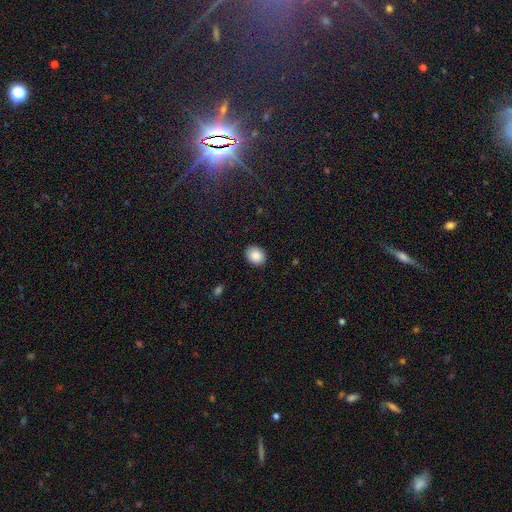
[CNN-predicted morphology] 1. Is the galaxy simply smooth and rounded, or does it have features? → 88% smooth, 8% star or artifact, 4% featured or disk.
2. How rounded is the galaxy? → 52% round, 47% in between, 1% cigar-shaped.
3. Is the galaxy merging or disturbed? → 89% none, 8% minor disturbance, 2% major disturbance, 1% merger.